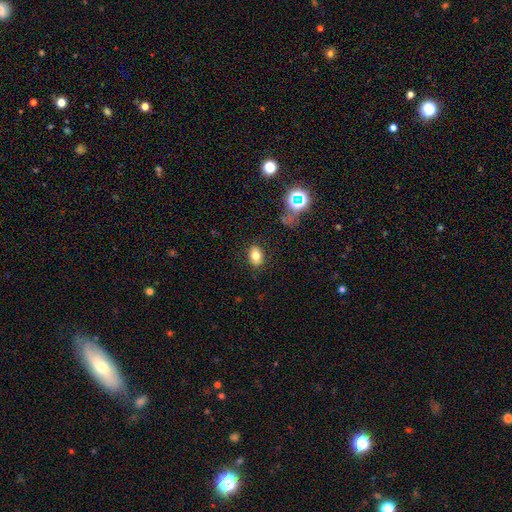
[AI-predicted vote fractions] This appears to be a smooth galaxy with no disk features (76%) that is in between round and cigar-shaped (81%). Merging: none (84%).